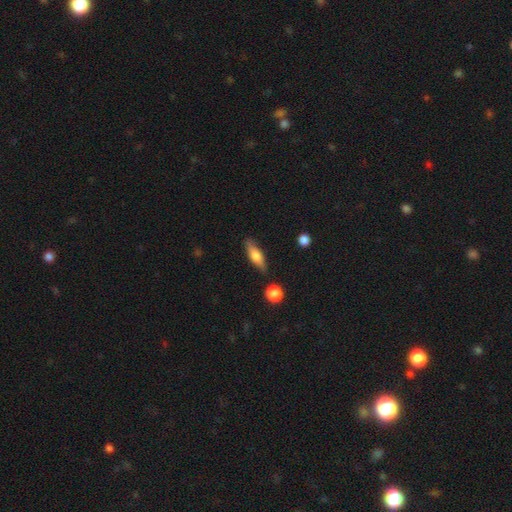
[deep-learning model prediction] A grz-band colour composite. It shows a smooth galaxy with no disk features (60%) that is cigar-shaped (53%). Merging: none (81%).